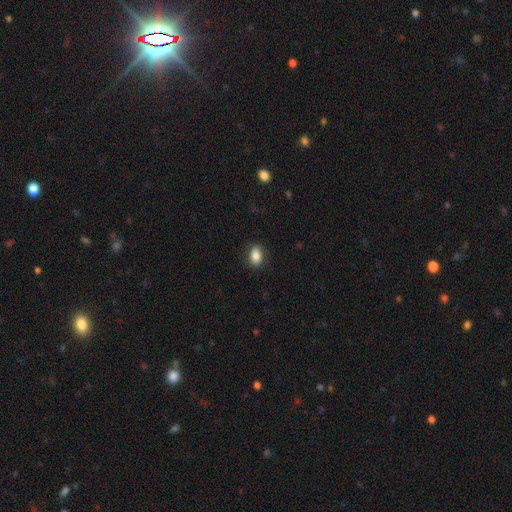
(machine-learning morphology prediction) Smooth or featured?
  - smooth: 84% *
  - featured or disk: 8%
  - star or artifact: 8%
How rounded?
  - in between: 85% *
  - round: 12%
  - cigar-shaped: 2%
Merging?
  - none: 83% *
  - minor disturbance: 12%
  - major disturbance: 3%
  - merger: 1%